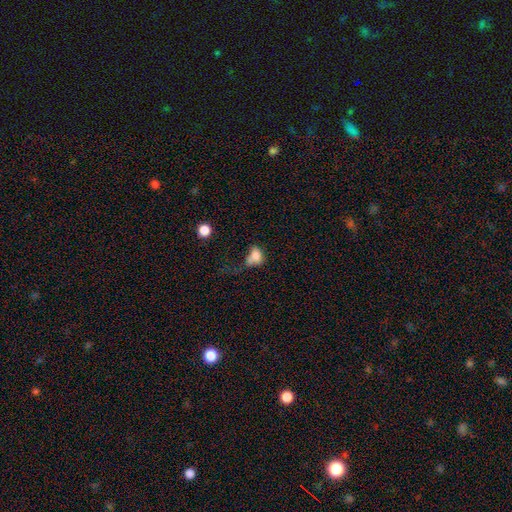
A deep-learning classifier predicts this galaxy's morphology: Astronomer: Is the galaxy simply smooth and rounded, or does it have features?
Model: smooth — 75%.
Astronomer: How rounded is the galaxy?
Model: in between — 67%.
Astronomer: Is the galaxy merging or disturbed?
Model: major disturbance — 31% (runner-up: none, 25%).